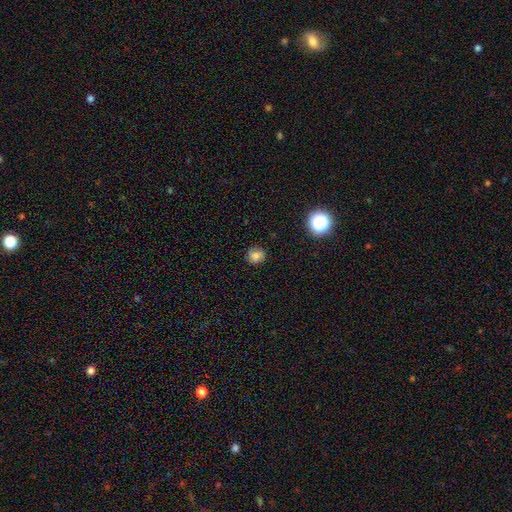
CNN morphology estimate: A smooth galaxy with no disk features (79%) that is round (85%).

Vote fractions:
- Smooth or featured? smooth: 79% / star or artifact: 13% / featured or disk: 7%
- How rounded? round: 85% / in between: 14% / cigar-shaped: 1%
- Merging? none: 87% / minor disturbance: 9% / major disturbance: 2% / merger: 1%